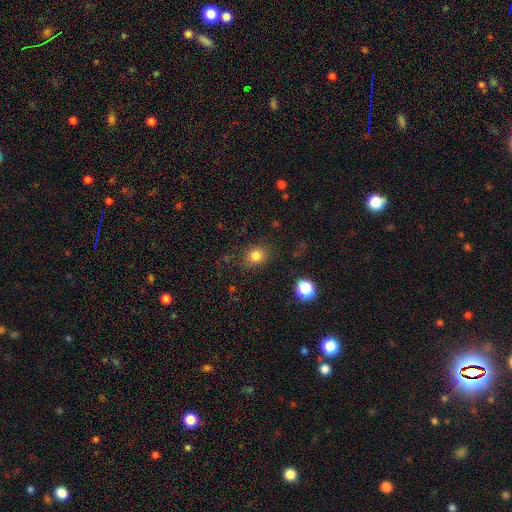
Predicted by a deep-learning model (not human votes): smooth 81%, star or artifact 13%, featured or disk 6%. Down the decision tree: how rounded — round (61%); merging — none (82%).